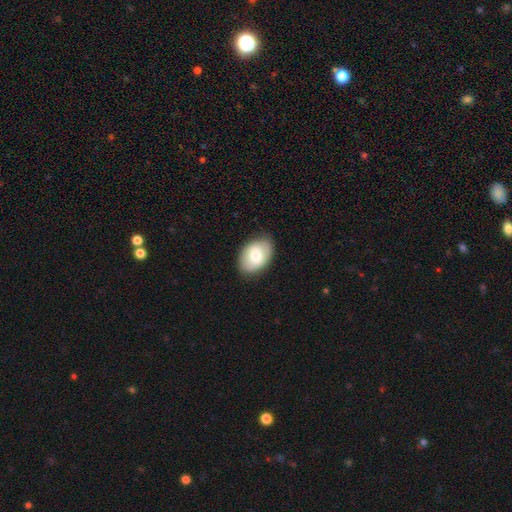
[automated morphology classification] Smooth or featured? Predicted: smooth (p=0.74). How rounded? Predicted: in between (p=0.87). Merging? Predicted: none (p=0.83).